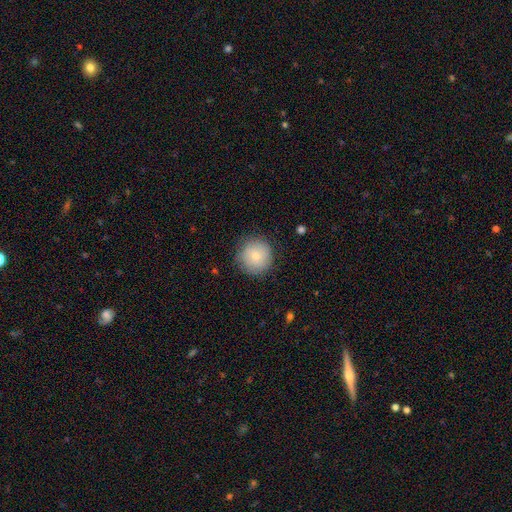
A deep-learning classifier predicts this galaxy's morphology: Overall: smooth (81%). How rounded: round (94%). Merging: none (84%).